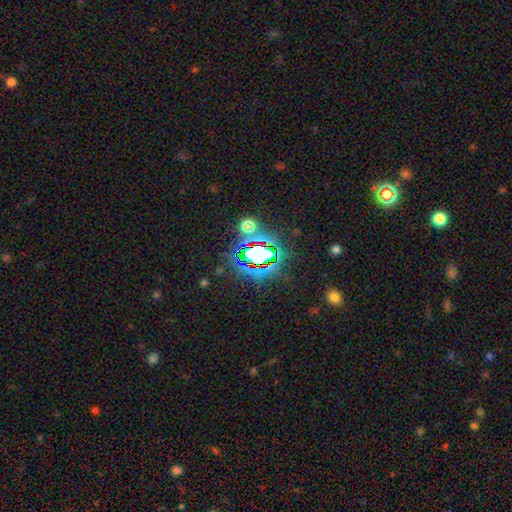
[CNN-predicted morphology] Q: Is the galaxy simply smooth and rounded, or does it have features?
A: star or artifact — 79%.